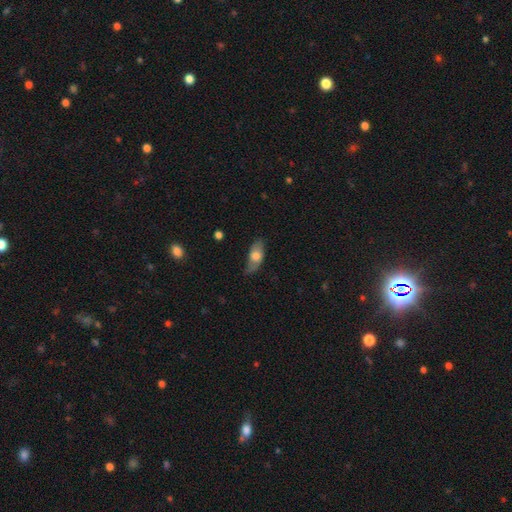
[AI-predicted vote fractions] This is likely a smooth galaxy (62%). How rounded: clearly in between (84%). Merging: likely none (66%).